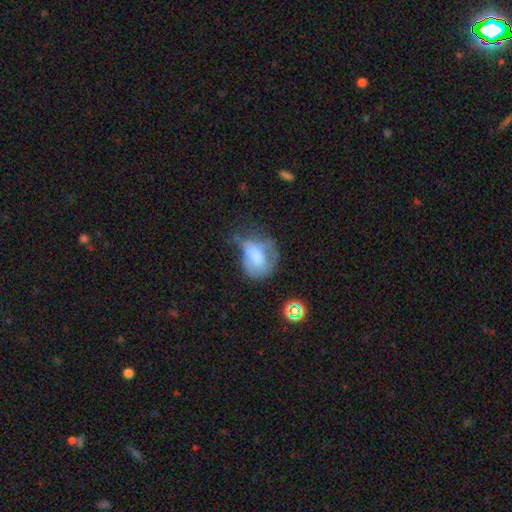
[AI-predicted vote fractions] The model was most divided on "merging": major disturbance: 39%, minor disturbance: 31%, none: 25%, merger: 5%. Remaining: smooth or featured — smooth (49%).